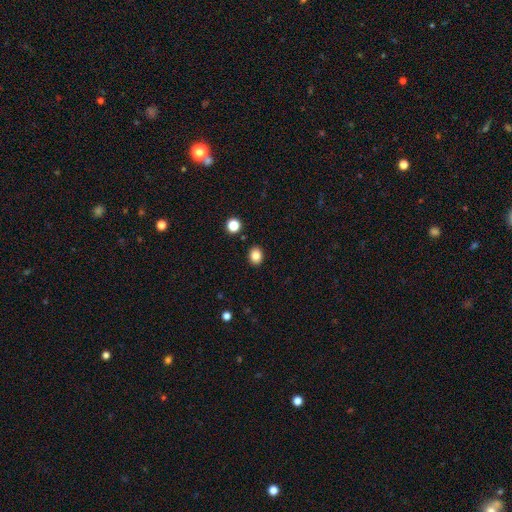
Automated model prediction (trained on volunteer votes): This is clearly a smooth galaxy (84%). How rounded: possibly round (54%). Merging: clearly none (89%).